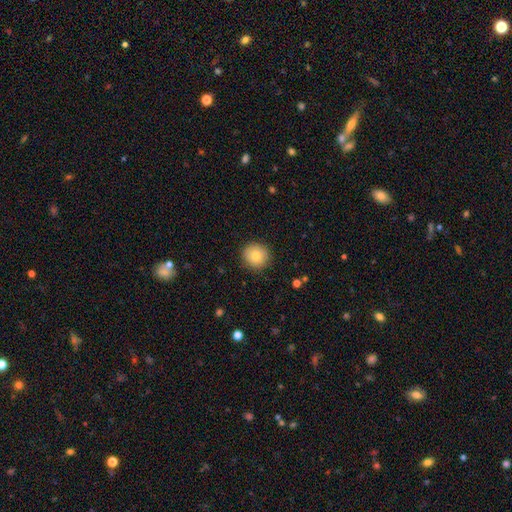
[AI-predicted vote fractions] This appears to be a smooth galaxy with no disk features (81%) that is round (93%). Merging: none (89%).